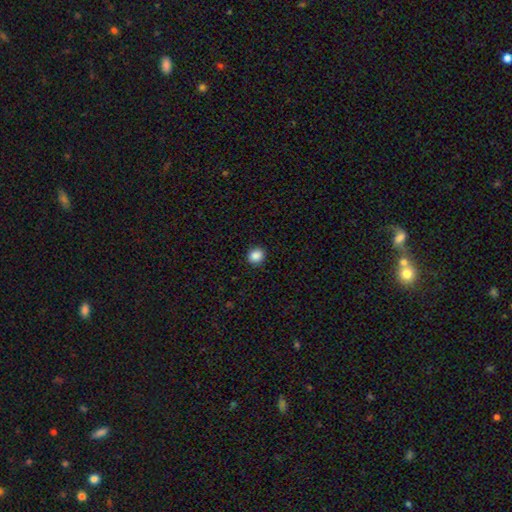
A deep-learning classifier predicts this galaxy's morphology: smooth-or-featured: smooth: 88% | star or artifact: 9% | featured or disk: 3%
  how-rounded: round: 86% | in between: 13% | cigar-shaped: 1%
  merging: none: 92% | minor disturbance: 5% | major disturbance: 2% | merger: 1%